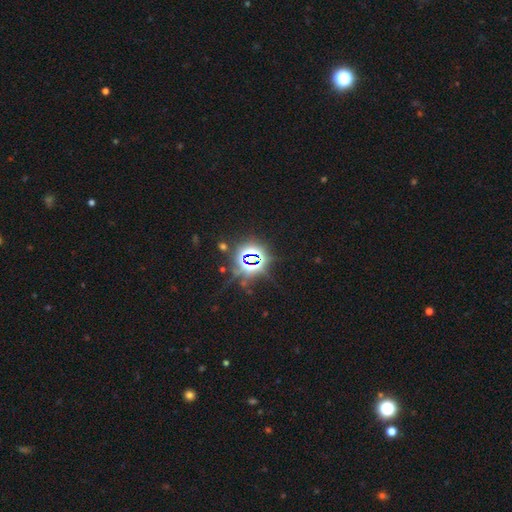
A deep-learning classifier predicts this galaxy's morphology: Smooth or featured: star or artifact — 82% (smooth — 11%)